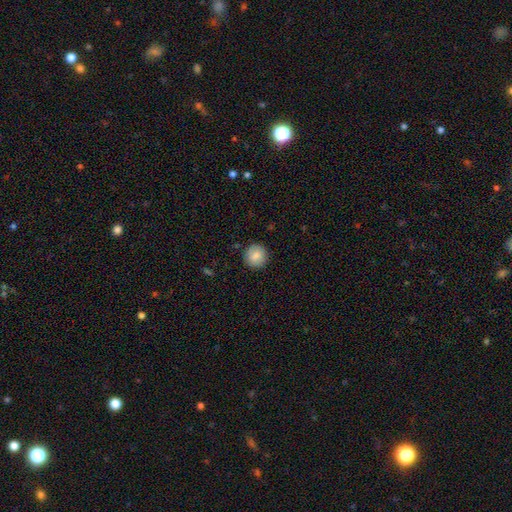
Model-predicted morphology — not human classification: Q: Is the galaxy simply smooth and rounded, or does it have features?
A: smooth — 83%.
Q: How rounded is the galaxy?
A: round — 91%.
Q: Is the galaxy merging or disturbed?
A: none — 88%.